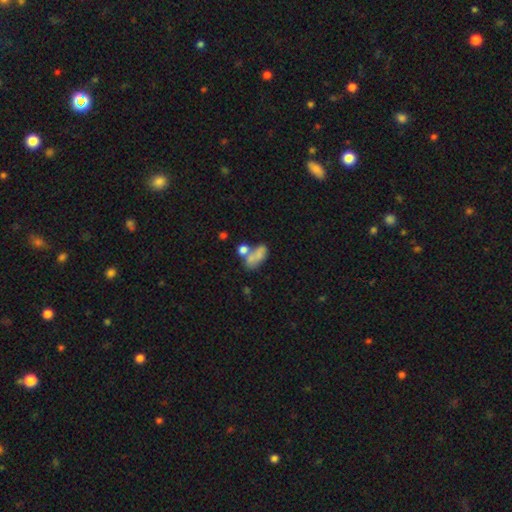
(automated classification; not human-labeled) Overall: smooth (61%; featured or disk 28%). How rounded: in between (84%). Merging: merger (47%; none 26%).